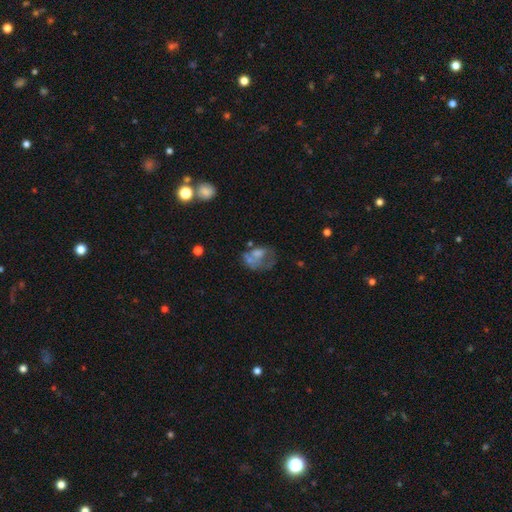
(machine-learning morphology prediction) type=featured or disk (46%); merging=major disturbance (36%).